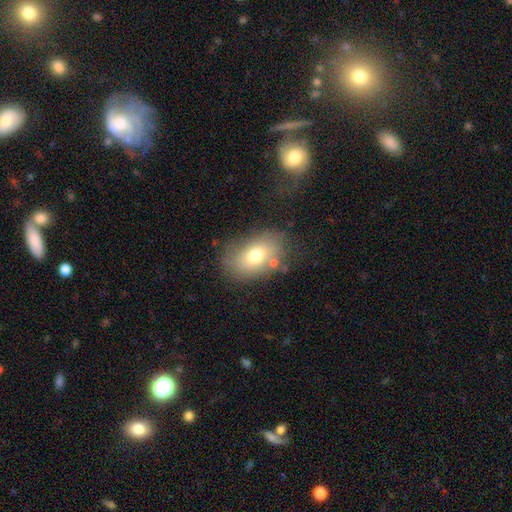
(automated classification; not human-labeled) smooth 71%, featured or disk 19%, star or artifact 10%. Down the decision tree: how rounded — in between (83%); merging — none (68%).